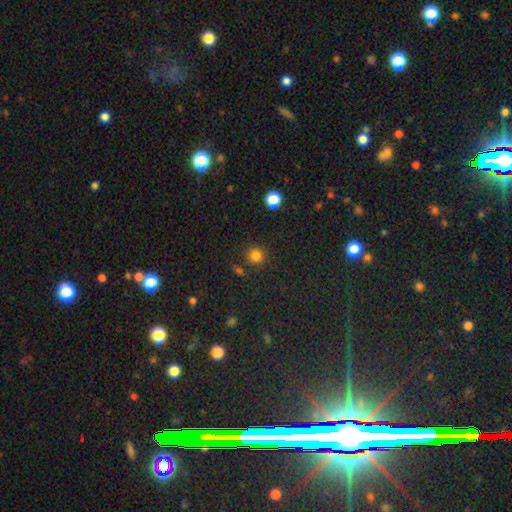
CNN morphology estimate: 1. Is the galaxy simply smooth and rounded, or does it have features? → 81% smooth, 14% star or artifact, 5% featured or disk.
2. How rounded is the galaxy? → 90% round, 9% in between, 1% cigar-shaped.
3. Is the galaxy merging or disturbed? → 83% none, 9% minor disturbance, 5% merger, 3% major disturbance.